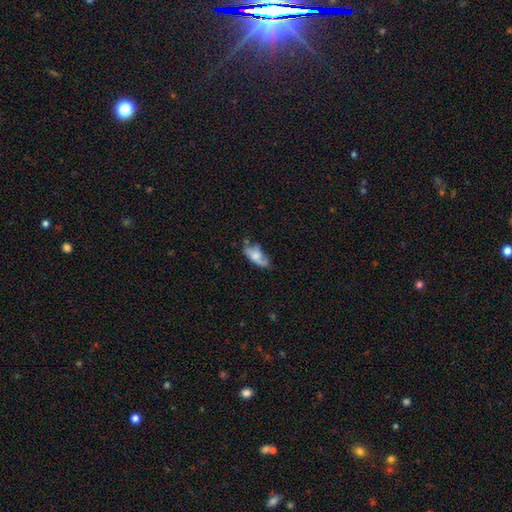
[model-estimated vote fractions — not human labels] A smooth galaxy with no disk features (60%) that is in between round and cigar-shaped (78%).

Vote fractions:
- Smooth or featured? smooth: 60% / featured or disk: 32% / star or artifact: 8%
- How rounded? in between: 78% / cigar-shaped: 19% / round: 3%
- Merging? none: 44% / minor disturbance: 32% / major disturbance: 16% / merger: 9%